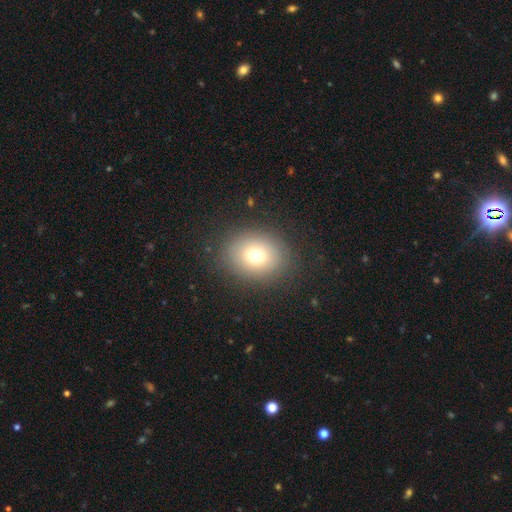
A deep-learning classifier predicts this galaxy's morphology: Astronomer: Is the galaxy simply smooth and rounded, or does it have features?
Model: smooth — 71%.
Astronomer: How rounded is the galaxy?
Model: round — 60% (runner-up: in between, 39%).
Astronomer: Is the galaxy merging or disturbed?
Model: none — 85%.